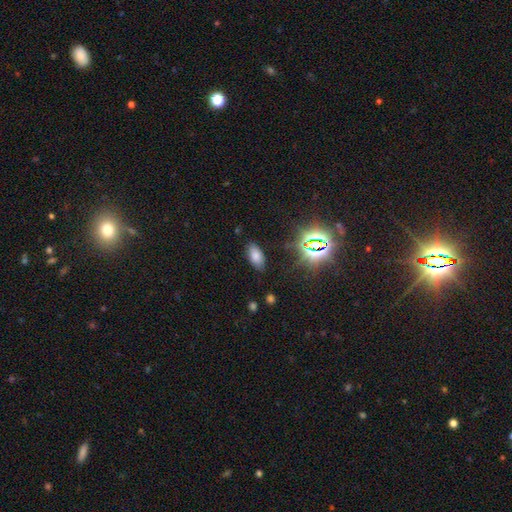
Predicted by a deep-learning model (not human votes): Smooth or featured?
  - smooth: 72% *
  - star or artifact: 20%
  - featured or disk: 9%
How rounded?
  - in between: 92% *
  - cigar-shaped: 5%
  - round: 4%
Merging?
  - none: 84% *
  - minor disturbance: 11%
  - major disturbance: 3%
  - merger: 2%